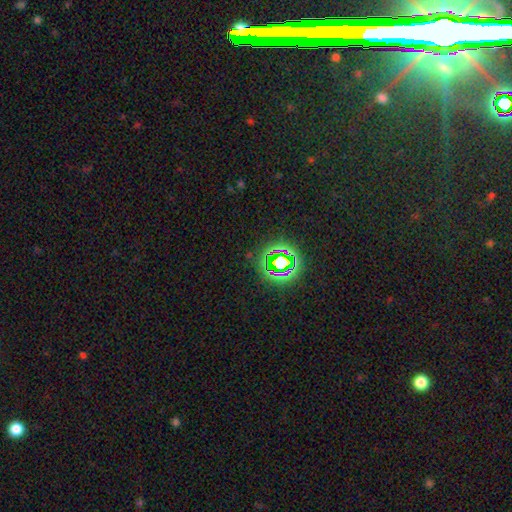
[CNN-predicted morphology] A star or artifact, not a galaxy (75%).